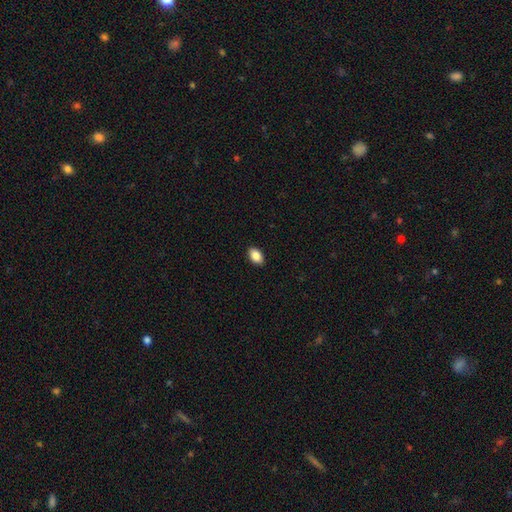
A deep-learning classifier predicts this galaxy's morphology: smooth_or_featured: smooth (p=0.87) [alt: star or artifact p=0.08]
how_rounded: in between (p=0.91) [alt: round p=0.07]
merging: none (p=0.90) [alt: minor disturbance p=0.07]